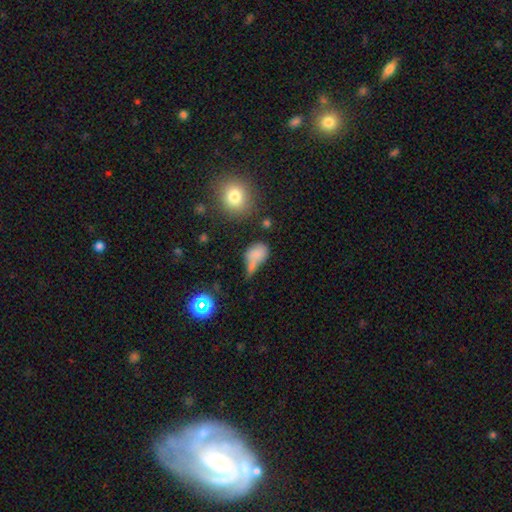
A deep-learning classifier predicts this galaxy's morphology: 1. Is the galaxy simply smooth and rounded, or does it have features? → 72% smooth, 14% featured or disk, 14% star or artifact.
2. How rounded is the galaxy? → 67% in between, 29% round, 3% cigar-shaped.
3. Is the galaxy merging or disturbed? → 35% merger, 29% none, 20% minor disturbance, 16% major disturbance.